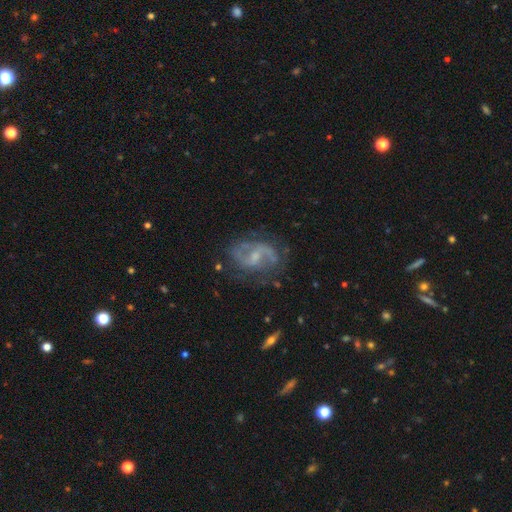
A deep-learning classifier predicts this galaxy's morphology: Smooth or featured: featured or disk — 85% (smooth — 8%)
Edge-on disk: no — 97% (yes — 3%)
Bar: weak — 53% (no — 33%)
Spiral arms: yes — 94% (no — 6%)
Spiral winding: medium — 49% (loose — 35%)
Spiral arm count: 2 — 86% (can't tell — 6%)
Bulge size: small — 58% (moderate — 29%)
Merging: none — 70% (minor disturbance — 18%)